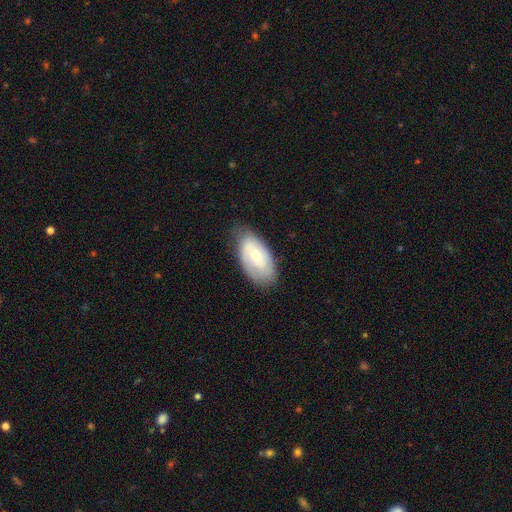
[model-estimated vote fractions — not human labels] Smooth or featured? Predicted: featured or disk (p=0.48). Merging? Predicted: none (p=0.72).